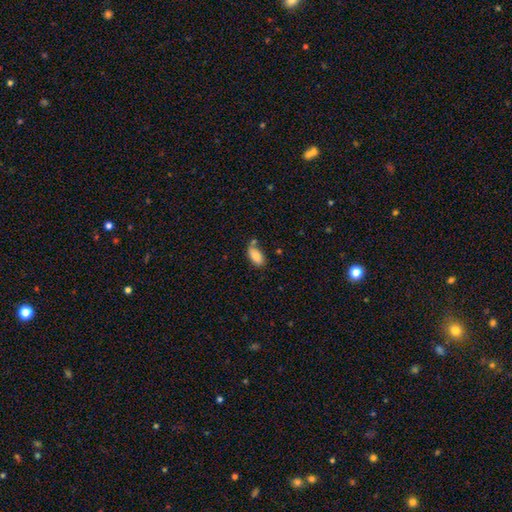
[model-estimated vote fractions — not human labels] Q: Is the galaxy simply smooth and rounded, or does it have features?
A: smooth — 85%.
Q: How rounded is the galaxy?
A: in between — 93%.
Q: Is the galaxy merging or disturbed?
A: none — 59%.